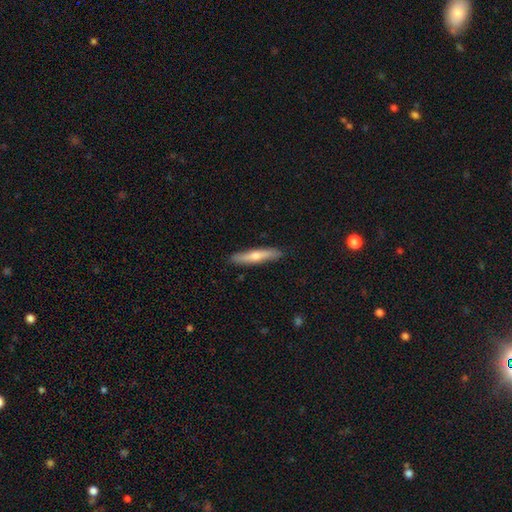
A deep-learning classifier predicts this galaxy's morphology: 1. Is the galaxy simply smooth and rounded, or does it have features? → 49% smooth, 45% featured or disk, 6% star or artifact.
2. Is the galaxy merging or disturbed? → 90% none, 8% minor disturbance, 1% major disturbance, 1% merger.